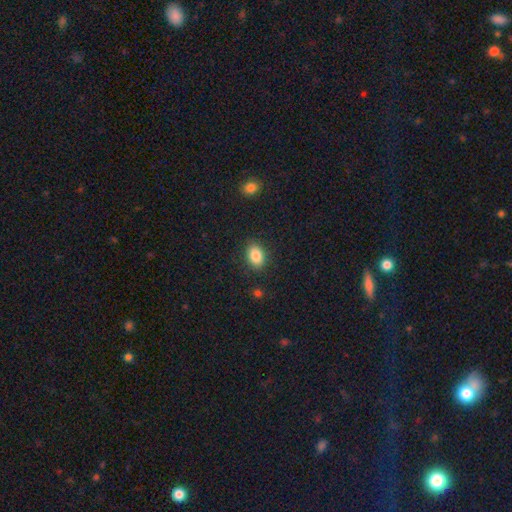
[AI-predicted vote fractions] Morphology: type=smooth (86%); roundness=in between (82%); merging=none (87%).